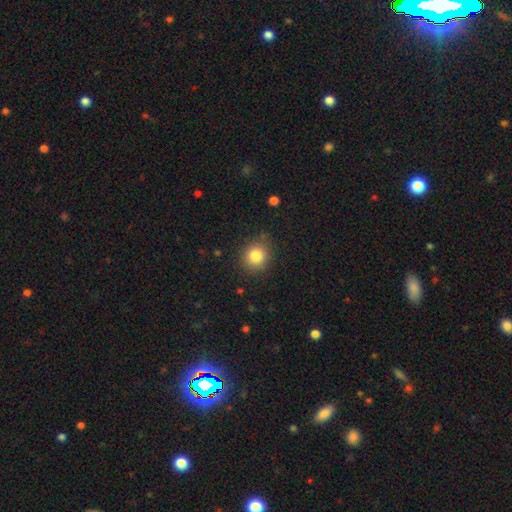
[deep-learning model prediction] Q: Smooth or featured?
A: smooth (83%); runner-up: star or artifact (11%)
Q: How rounded?
A: round (80%); runner-up: in between (19%)
Q: Merging?
A: none (85%); runner-up: minor disturbance (11%)